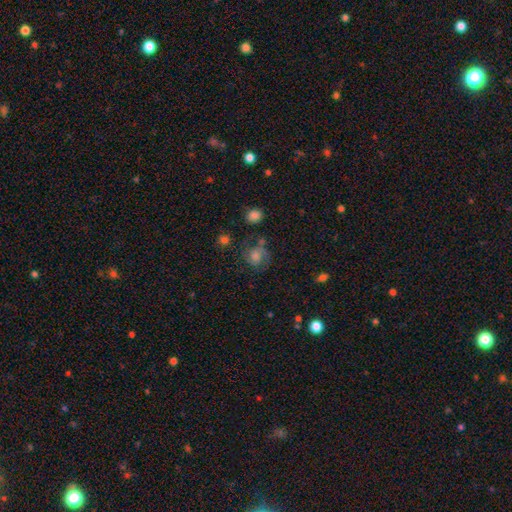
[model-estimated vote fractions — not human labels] Morphology: type=featured or disk (48%); merging=none (61%).